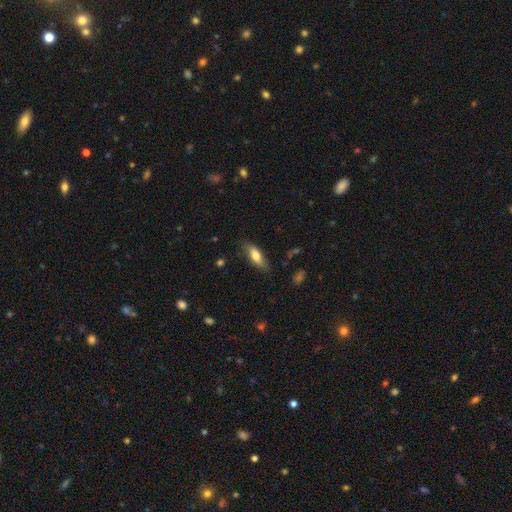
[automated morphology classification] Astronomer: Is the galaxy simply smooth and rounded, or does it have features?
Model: smooth — 70%.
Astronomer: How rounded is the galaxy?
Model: in between — 62%.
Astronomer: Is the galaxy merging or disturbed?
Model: none — 77%.